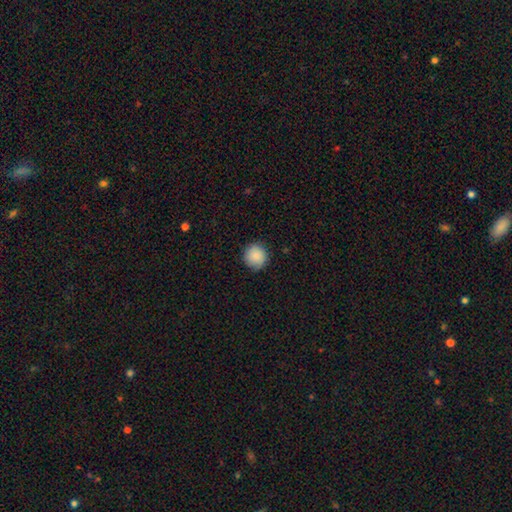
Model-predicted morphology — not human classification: smooth-or-featured: smooth: 89% | star or artifact: 8% | featured or disk: 4%
  how-rounded: round: 93% | in between: 6% | cigar-shaped: 1%
  merging: none: 89% | minor disturbance: 8% | major disturbance: 2% | merger: 1%